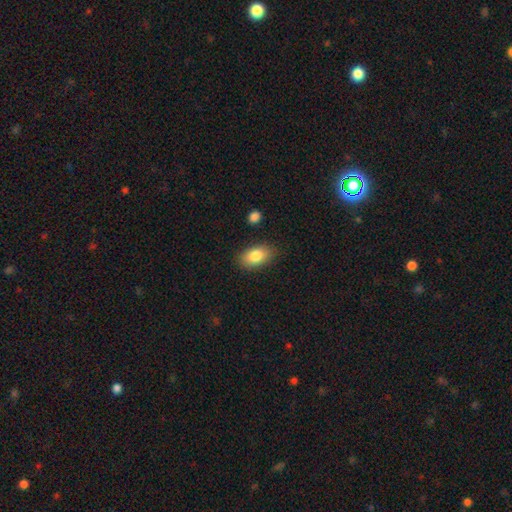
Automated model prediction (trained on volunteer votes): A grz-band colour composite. It shows a smooth galaxy with no disk features (84%) that is in between round and cigar-shaped (92%). Merging: none (85%).